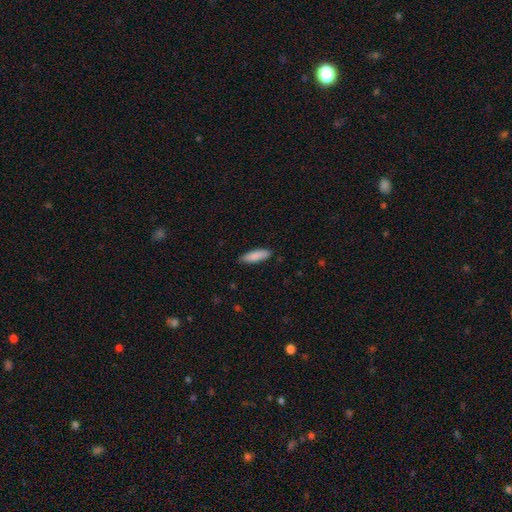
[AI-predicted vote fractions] Q: Smooth or featured?
A: smooth (88%); runner-up: featured or disk (6%)
Q: How rounded?
A: in between (50%); runner-up: cigar-shaped (49%)
Q: Merging?
A: none (83%); runner-up: minor disturbance (14%)